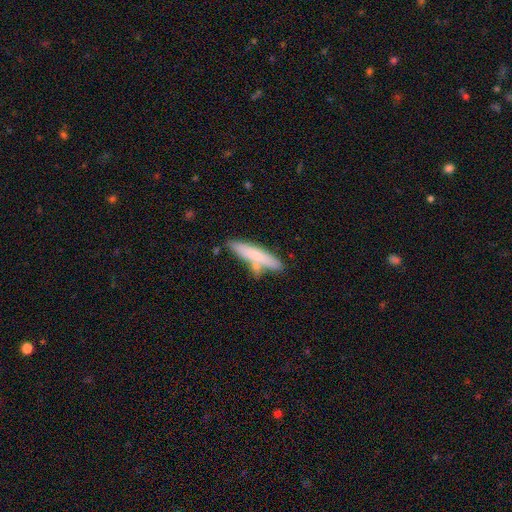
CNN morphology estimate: A smooth galaxy with no disk features (70%) that is cigar-shaped (82%).

Vote fractions:
- Smooth or featured? smooth: 70% / featured or disk: 24% / star or artifact: 6%
- How rounded? cigar-shaped: 82% / in between: 16% / round: 2%
- Merging? none: 66% / minor disturbance: 17% / merger: 13% / major disturbance: 4%